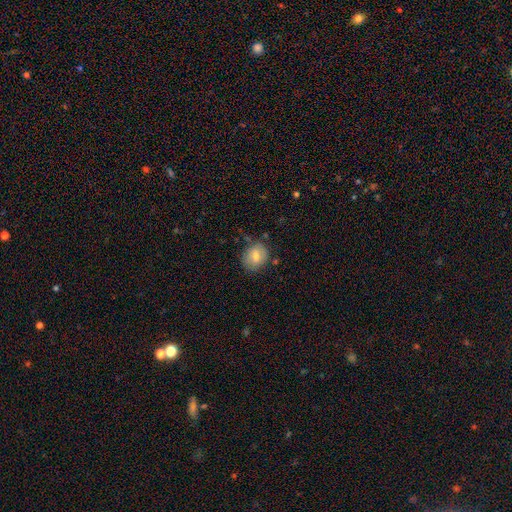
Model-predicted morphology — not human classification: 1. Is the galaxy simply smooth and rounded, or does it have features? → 72% smooth, 19% featured or disk, 9% star or artifact.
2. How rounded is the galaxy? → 50% round, 49% in between, 1% cigar-shaped.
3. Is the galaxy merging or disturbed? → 74% none, 19% minor disturbance, 4% major disturbance, 3% merger.